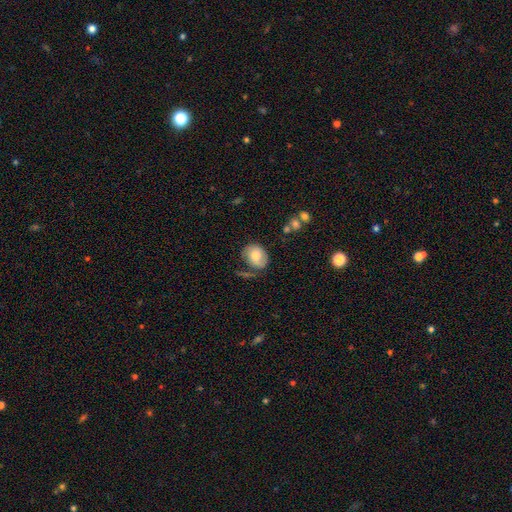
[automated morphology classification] smooth_or_featured: smooth (p=0.68) [alt: featured or disk p=0.25]
how_rounded: in between (p=0.55) [alt: round p=0.44]
merging: none (p=0.59) [alt: minor disturbance p=0.26]